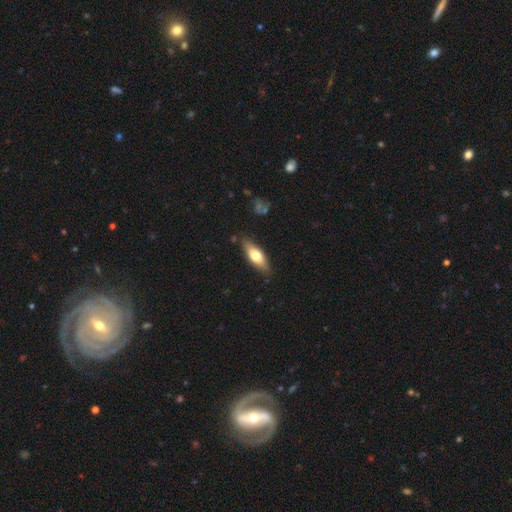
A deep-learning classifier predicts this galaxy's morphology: Smooth or featured? Predicted: smooth (p=0.63). How rounded? Predicted: in between (p=0.62). Merging? Predicted: none (p=0.83).